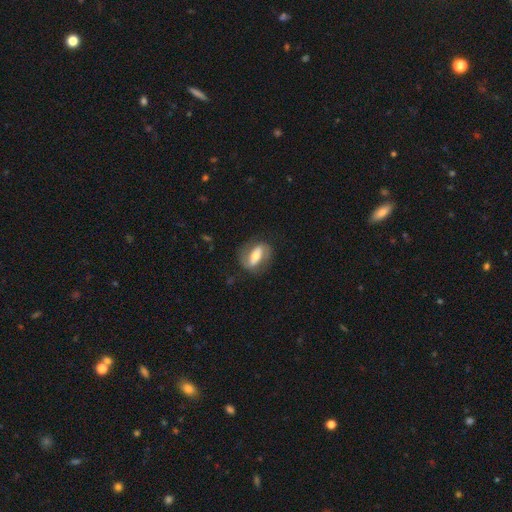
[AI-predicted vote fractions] This appears to be a featured or disk galaxy (63%) with a strong bar (59%), spiral arms (69%) and a moderate central bulge (60%). Merging: none (75%).